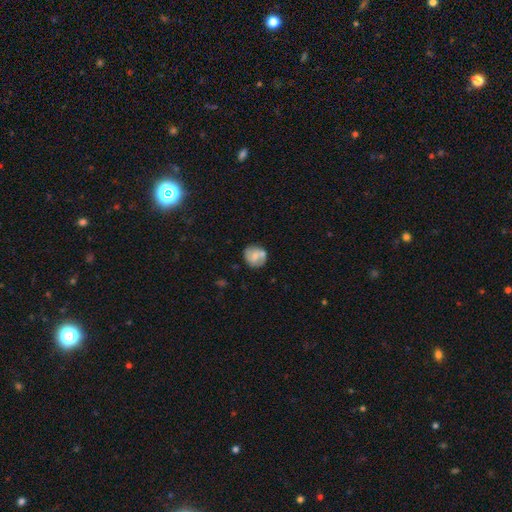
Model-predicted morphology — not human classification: Smooth or featured?
  - smooth: 53% *
  - featured or disk: 40%
  - star or artifact: 7%
How rounded?
  - round: 79% *
  - in between: 20%
  - cigar-shaped: 1%
Merging?
  - none: 60% *
  - minor disturbance: 18%
  - merger: 16%
  - major disturbance: 5%